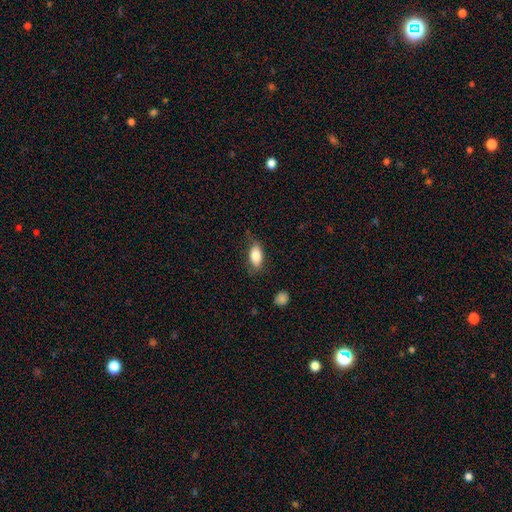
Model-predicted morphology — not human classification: Smooth or featured: smooth — 82% (featured or disk — 11%)
How rounded: in between — 90% (cigar-shaped — 5%)
Merging: none — 71% (minor disturbance — 21%)